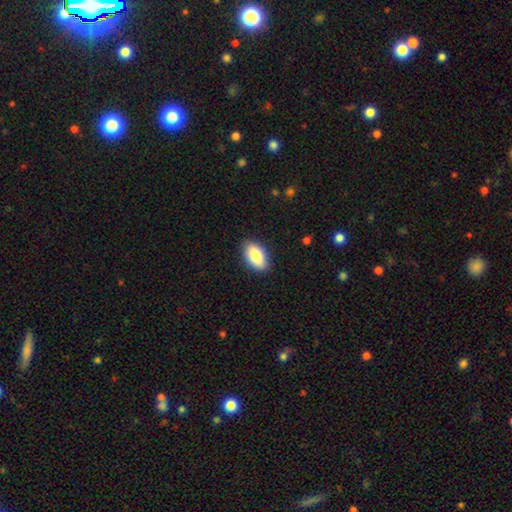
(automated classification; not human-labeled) Smooth or featured?
  - smooth: 86% *
  - featured or disk: 8%
  - star or artifact: 6%
How rounded?
  - in between: 93% *
  - cigar-shaped: 3%
  - round: 3%
Merging?
  - none: 88% *
  - minor disturbance: 9%
  - major disturbance: 2%
  - merger: 1%